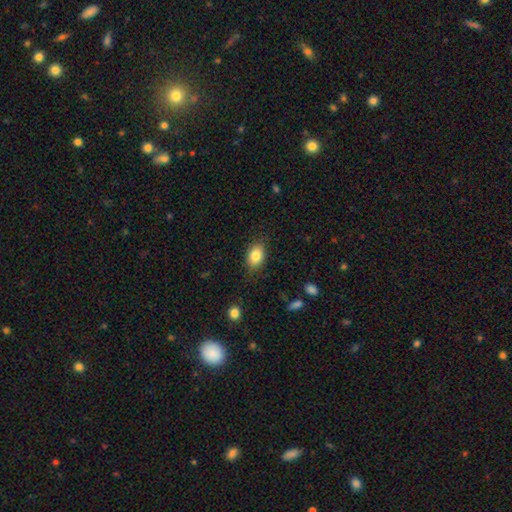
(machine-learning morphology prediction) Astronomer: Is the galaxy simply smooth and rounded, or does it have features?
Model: smooth — 83%.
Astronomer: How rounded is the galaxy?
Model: in between — 81%.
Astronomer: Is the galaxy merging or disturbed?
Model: none — 82%.